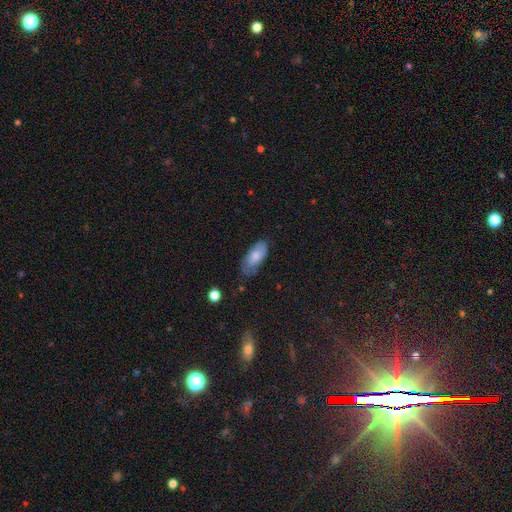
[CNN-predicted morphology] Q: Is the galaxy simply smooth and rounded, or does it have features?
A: smooth — 68%.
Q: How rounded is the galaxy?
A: in between — 88%.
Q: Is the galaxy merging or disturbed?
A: none — 58%.